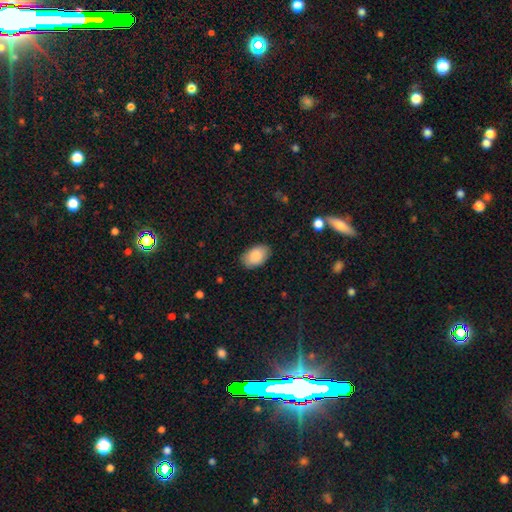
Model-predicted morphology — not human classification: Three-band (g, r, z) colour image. It shows a smooth galaxy with no disk features (88%) that is in between round and cigar-shaped (93%). Merging: none (86%).